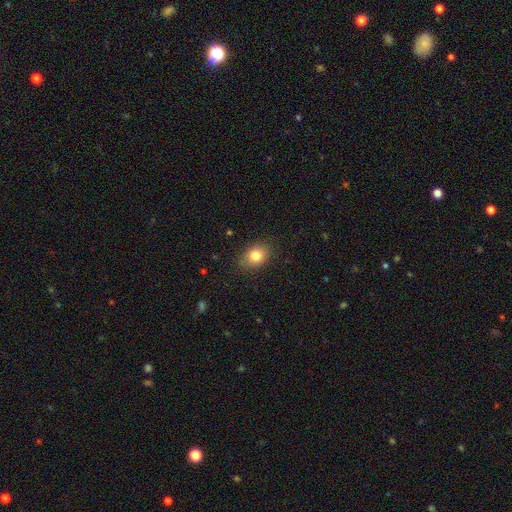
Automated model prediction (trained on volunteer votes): This is clearly a smooth galaxy (82%). How rounded: likely in between (63%). Merging: clearly none (84%).